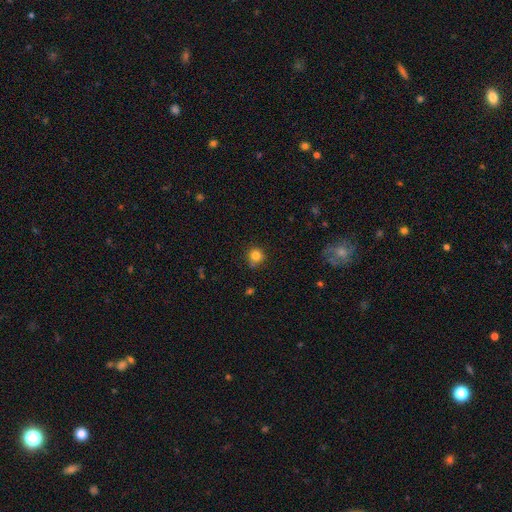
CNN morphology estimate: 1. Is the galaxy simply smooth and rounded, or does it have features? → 83% smooth, 12% star or artifact, 5% featured or disk.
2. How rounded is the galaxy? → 91% round, 8% in between, 1% cigar-shaped.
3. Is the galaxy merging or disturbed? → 77% none, 15% minor disturbance, 4% merger, 3% major disturbance.